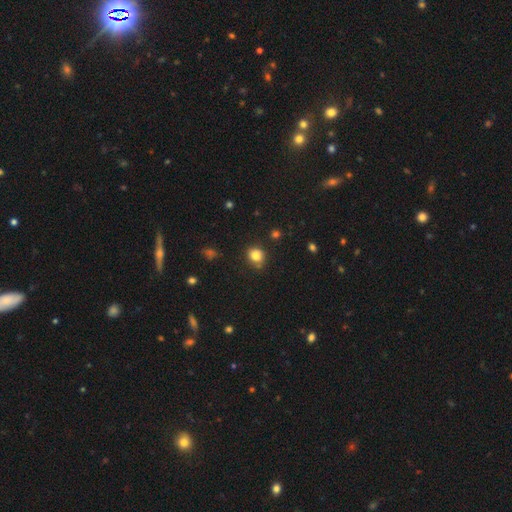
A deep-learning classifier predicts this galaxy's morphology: Smooth or featured?
  - smooth: 82% *
  - star or artifact: 12%
  - featured or disk: 6%
How rounded?
  - round: 78% *
  - in between: 21%
  - cigar-shaped: 1%
Merging?
  - none: 80% *
  - minor disturbance: 13%
  - merger: 4%
  - major disturbance: 3%